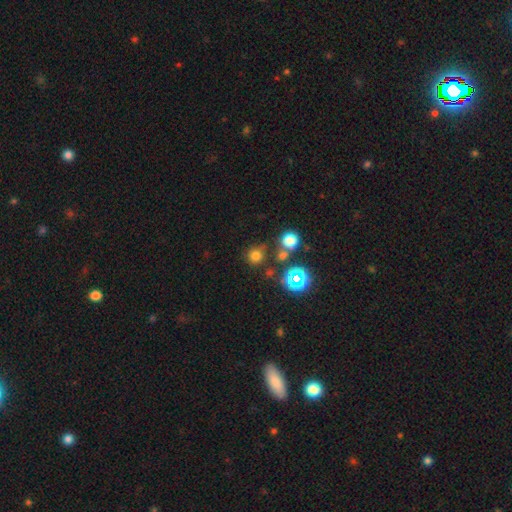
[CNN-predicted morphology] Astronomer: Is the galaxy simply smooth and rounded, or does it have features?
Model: smooth — 67%.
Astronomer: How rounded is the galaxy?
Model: round — 91%.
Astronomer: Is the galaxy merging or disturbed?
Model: none — 72%.